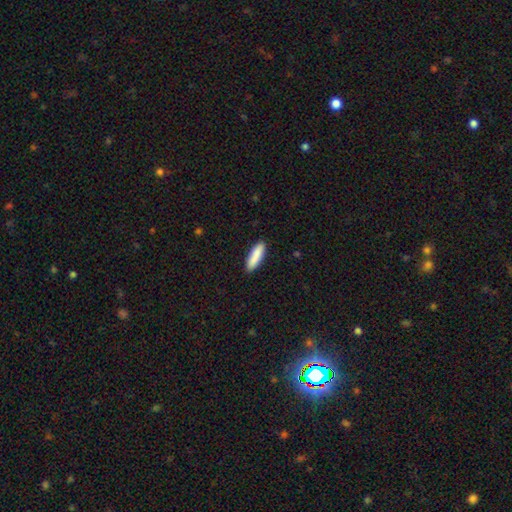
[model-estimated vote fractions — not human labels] Overall: smooth (89%). How rounded: cigar-shaped (62%; in between 36%). Merging: none (90%).